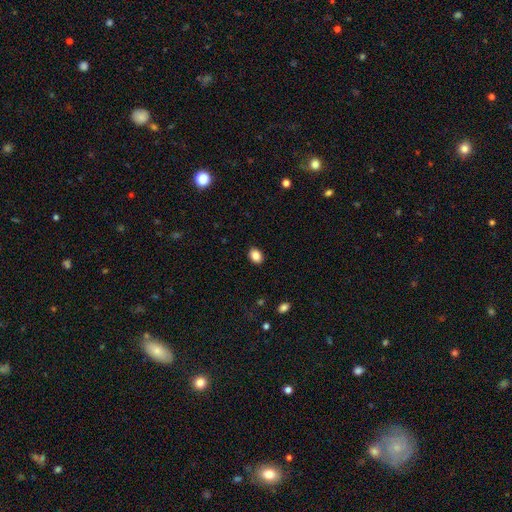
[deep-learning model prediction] This appears to be a smooth galaxy with no disk features (86%) that is in between round and cigar-shaped (68%). Merging: none (89%).